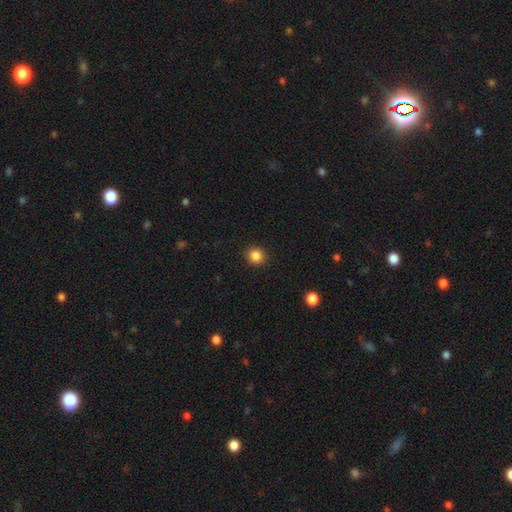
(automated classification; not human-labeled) Smooth or featured: smooth — 86% (star or artifact — 11%)
How rounded: round — 87% (in between — 12%)
Merging: none — 90% (minor disturbance — 7%)